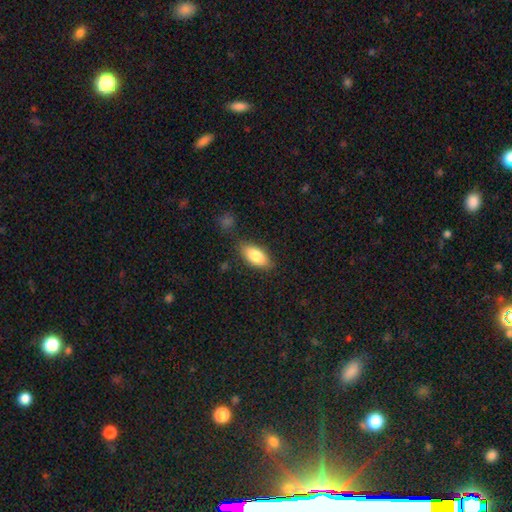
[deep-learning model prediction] The model was most divided on "merging": none: 80%, minor disturbance: 14%, major disturbance: 3%, merger: 3%. More confident: how rounded — in between (88%); smooth or featured — smooth (80%).